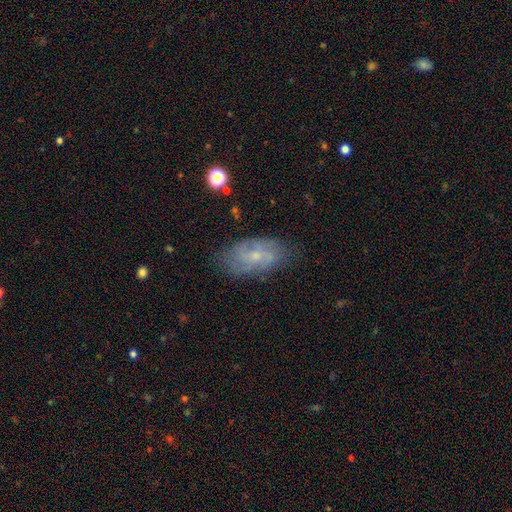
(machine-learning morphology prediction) This appears to be a featured or disk galaxy (58%) with no bar (62%), spiral arms (78%) and a small central bulge (69%). Merging: none (74%).